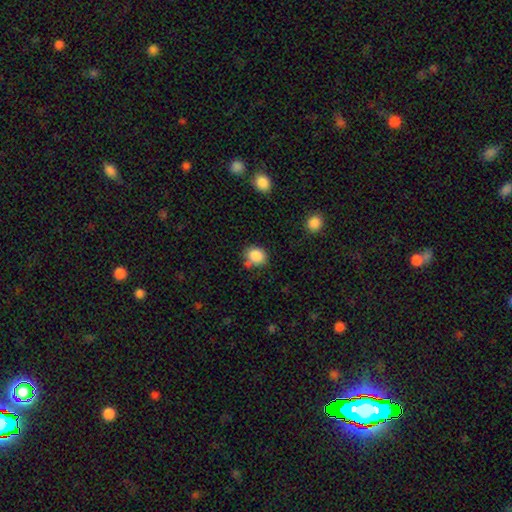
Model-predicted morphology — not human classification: Overall: smooth (86%). How rounded: round (64%; in between 35%). Merging: none (68%).